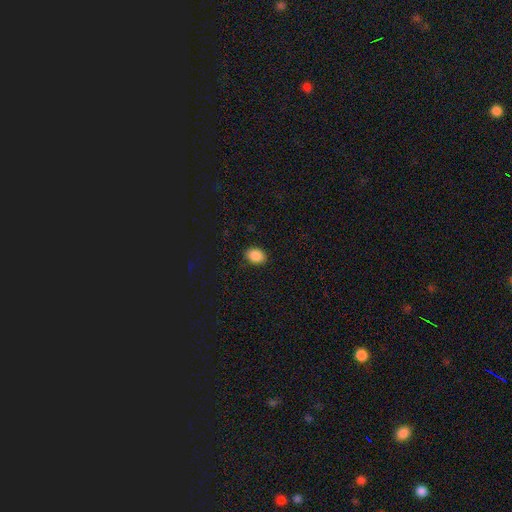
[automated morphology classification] This is clearly a smooth galaxy (88%). How rounded: likely in between (72%). Merging: clearly none (87%).